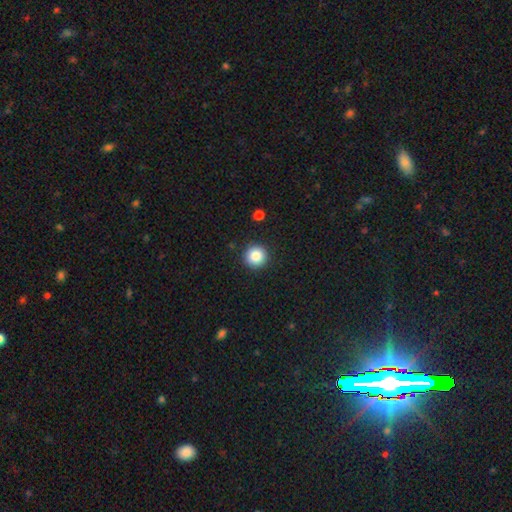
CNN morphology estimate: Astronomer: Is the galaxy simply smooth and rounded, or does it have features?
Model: smooth — 86%.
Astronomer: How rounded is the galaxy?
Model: round — 96%.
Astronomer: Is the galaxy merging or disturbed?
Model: none — 91%.